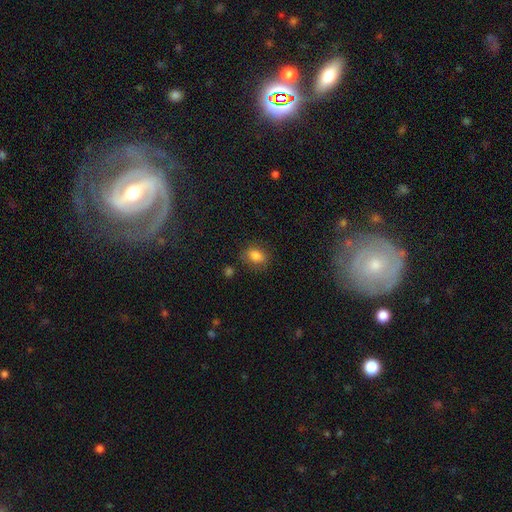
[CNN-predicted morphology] This appears to be a smooth galaxy with no disk features (82%) that is in between round and cigar-shaped (71%). Merging: none (79%).